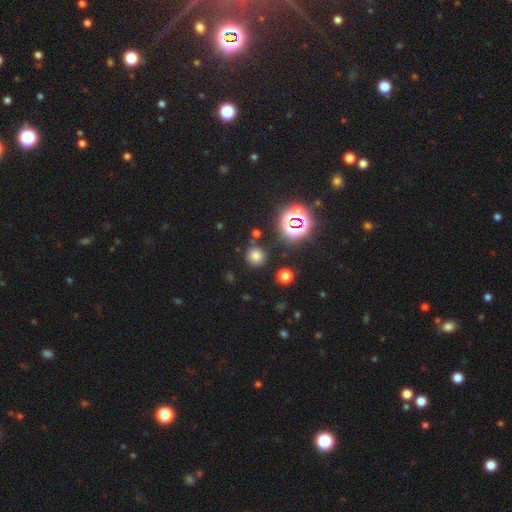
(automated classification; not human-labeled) smooth-or-featured: smooth: 68% | star or artifact: 25% | featured or disk: 7%
  how-rounded: round: 92% | in between: 7% | cigar-shaped: 1%
  merging: none: 83% | minor disturbance: 9% | merger: 5% | major disturbance: 3%